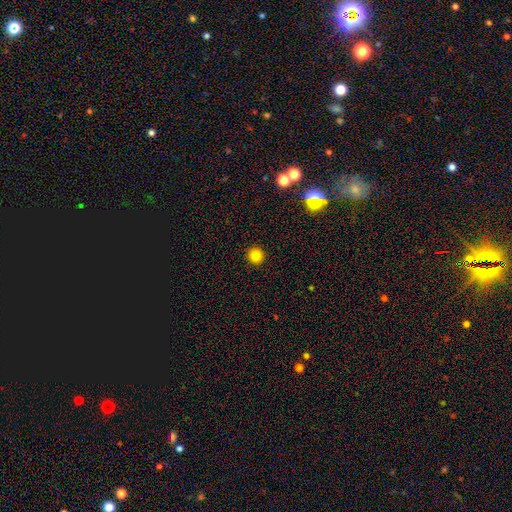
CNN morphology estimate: A smooth galaxy with no disk features (83%) that is round (95%). Merging: none (93%).